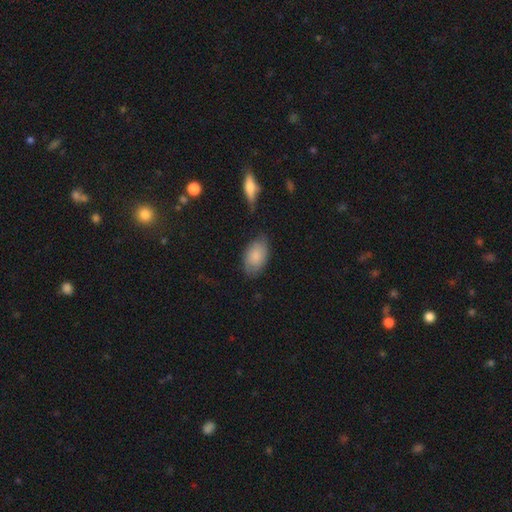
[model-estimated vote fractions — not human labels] A smooth galaxy with no disk features (80%) that is in between round and cigar-shaped (92%). Merging: none (70%).